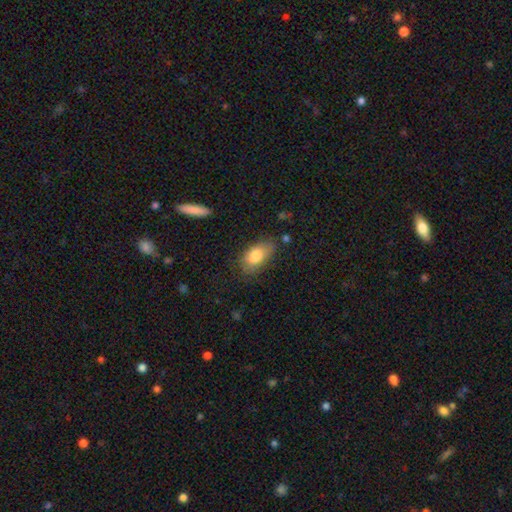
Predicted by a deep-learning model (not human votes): smooth_or_featured: smooth (p=0.80) [alt: featured or disk p=0.13]
how_rounded: in between (p=0.91) [alt: round p=0.06]
merging: none (p=0.69) [alt: minor disturbance p=0.23]